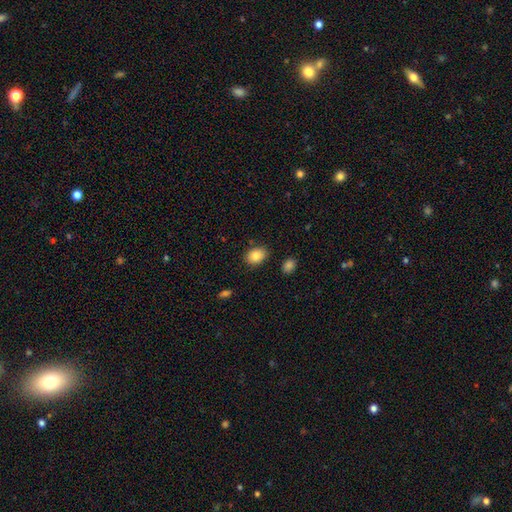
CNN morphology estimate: Q: Smooth or featured?
A: smooth (85%); runner-up: star or artifact (8%)
Q: How rounded?
A: in between (71%); runner-up: round (28%)
Q: Merging?
A: none (84%); runner-up: minor disturbance (11%)